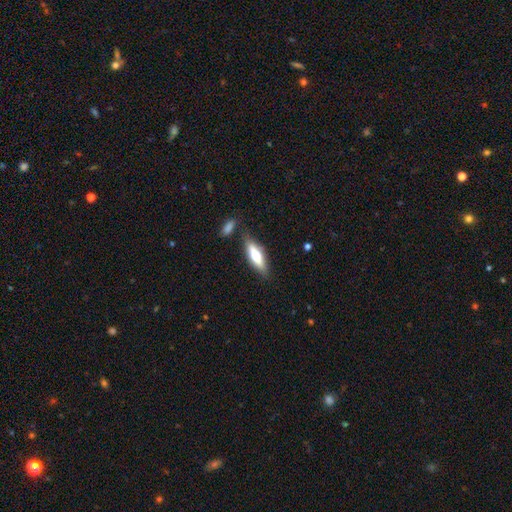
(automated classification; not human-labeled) Morphology: type=smooth (54%); roundness=cigar-shaped (56%); merging=none (76%).